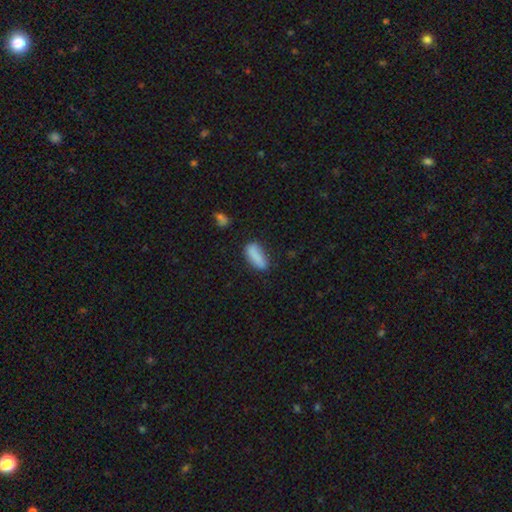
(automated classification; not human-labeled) Smooth or featured? smooth (86%)
How rounded? in between (66%)
Merging? none (76%)